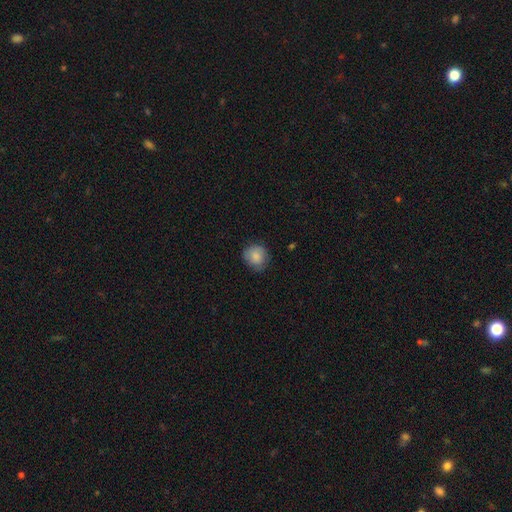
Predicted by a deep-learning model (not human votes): smooth 85%, featured or disk 8%, star or artifact 7%. Down the decision tree: how rounded — round (85%); merging — none (77%).